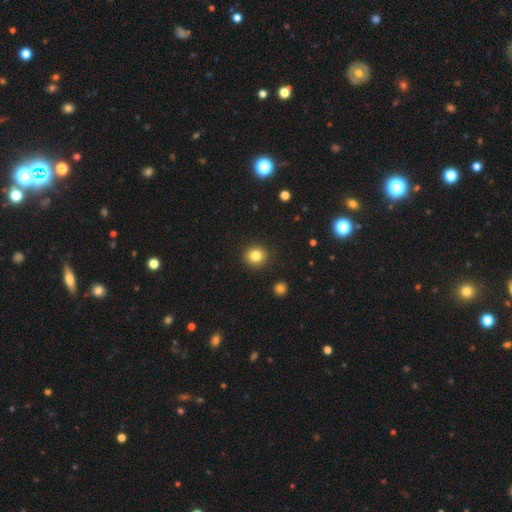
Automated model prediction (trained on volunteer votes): Q: Smooth or featured?
A: smooth (82%); runner-up: star or artifact (11%)
Q: How rounded?
A: round (89%); runner-up: in between (10%)
Q: Merging?
A: none (91%); runner-up: minor disturbance (6%)